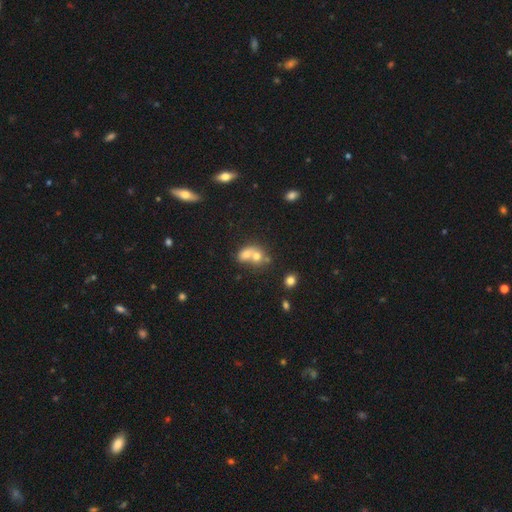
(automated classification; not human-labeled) smooth 65%, featured or disk 23%, star or artifact 12%. Down the decision tree: how rounded — round (52%); merging — merger (71%).